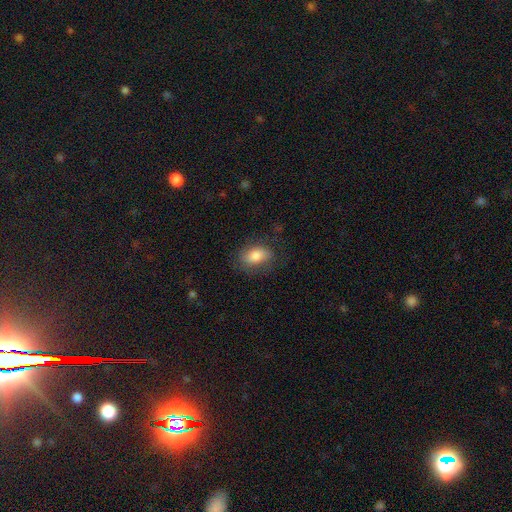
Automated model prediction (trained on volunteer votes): Smooth or featured? Predicted: smooth (p=0.81). How rounded? Predicted: in between (p=0.86). Merging? Predicted: none (p=0.74).